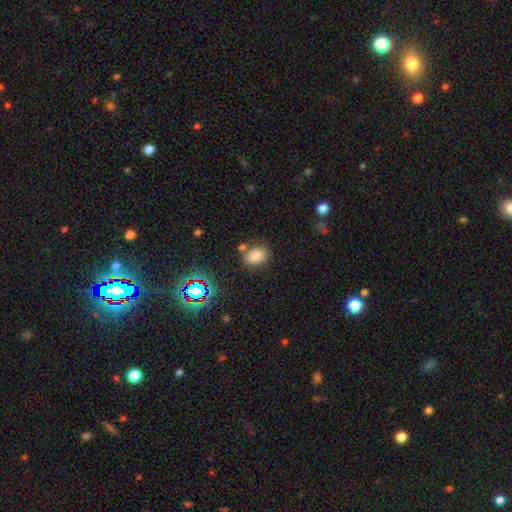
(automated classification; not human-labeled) This appears to be a smooth galaxy with no disk features (75%) that is in between round and cigar-shaped (70%). Merging: none (73%).